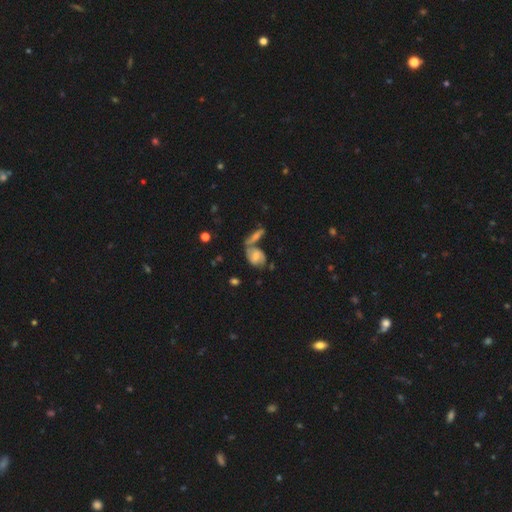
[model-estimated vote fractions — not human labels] This appears to be a featured or disk galaxy (49%). Merging: none (40%).